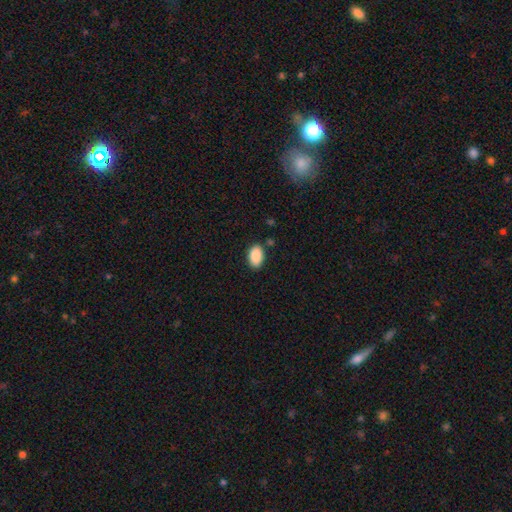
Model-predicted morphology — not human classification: Smooth or featured? Predicted: smooth (p=0.90). How rounded? Predicted: in between (p=0.92). Merging? Predicted: none (p=0.84).